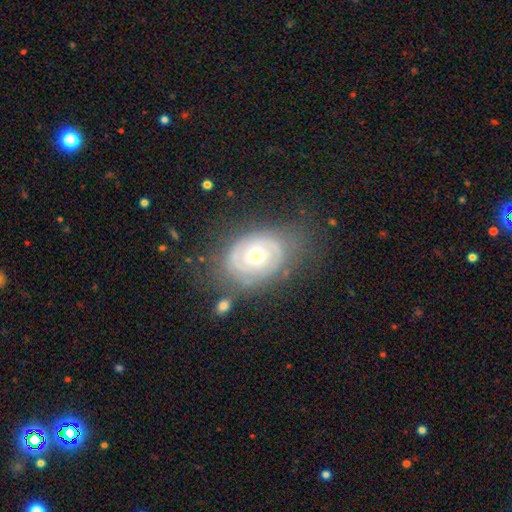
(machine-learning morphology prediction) This is clearly a featured or disk galaxy (81%). It is clearly not viewed edge-on (96%). Bar: likely no (77%). Spiral arm pattern: clearly yes (86%). Spiral arm count: possibly 2 (47%). Spiral winding: likely tight (73%). Central bulge: likely moderate (62%). Merging: likely none (67%).